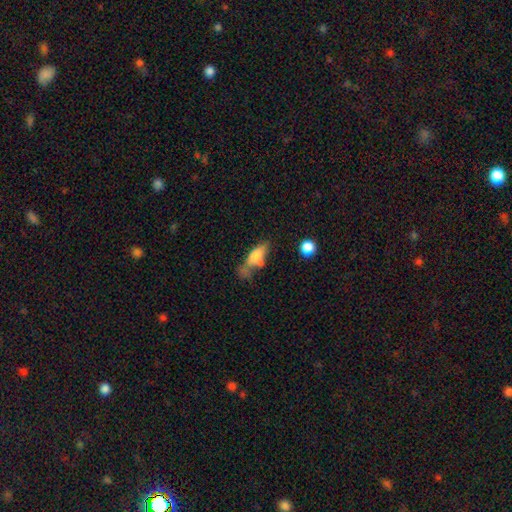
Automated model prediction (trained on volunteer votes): A smooth galaxy with no disk features (67%) that is in between round and cigar-shaped (63%). Merging: none (31%).